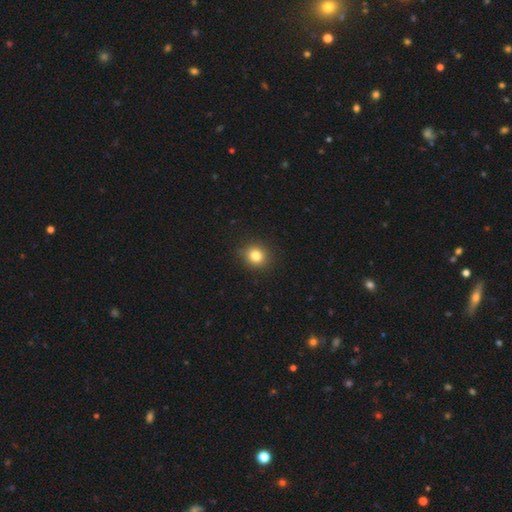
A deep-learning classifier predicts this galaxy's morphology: Smooth or featured: smooth — 82% (star or artifact — 12%)
How rounded: round — 83% (in between — 16%)
Merging: none — 89% (minor disturbance — 8%)